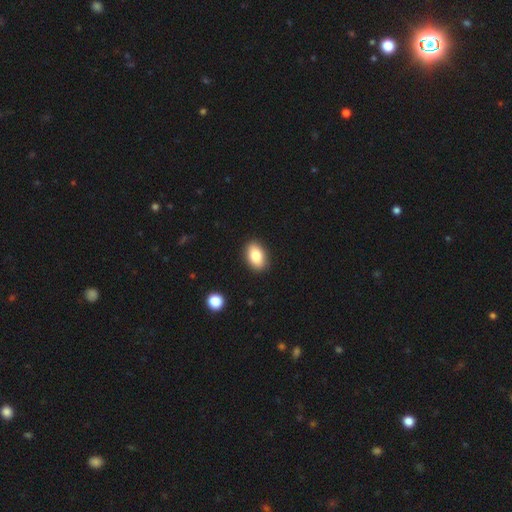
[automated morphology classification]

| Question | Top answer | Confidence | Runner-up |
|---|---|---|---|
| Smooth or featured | smooth | 84% | featured or disk (8%) |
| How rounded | in between | 90% | round (8%) |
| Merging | none | 89% | minor disturbance (8%) |